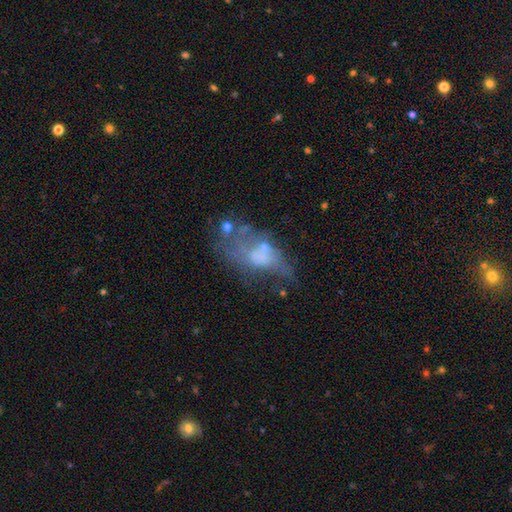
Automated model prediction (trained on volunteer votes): Q: Smooth or featured?
A: featured or disk (52%); runner-up: smooth (31%)
Q: Edge-on disk?
A: no (93%); runner-up: yes (7%)
Q: Merging?
A: none (33%); runner-up: major disturbance (31%)